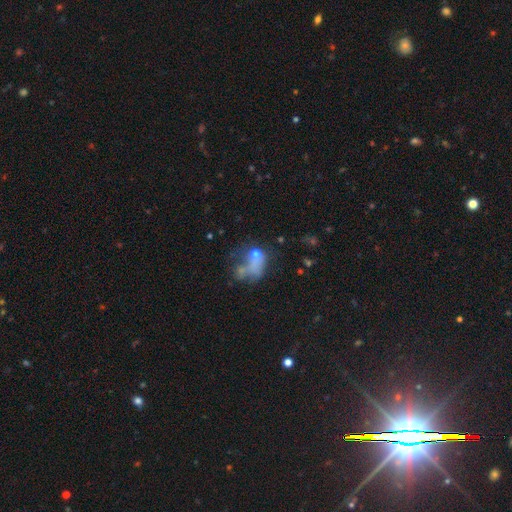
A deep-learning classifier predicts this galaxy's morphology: smooth-or-featured: smooth: 49% | featured or disk: 33% | star or artifact: 17%
  merging: major disturbance: 39% | merger: 27% | none: 20% | minor disturbance: 14%